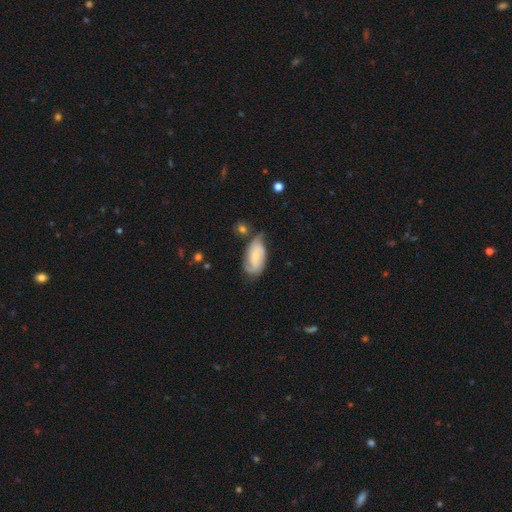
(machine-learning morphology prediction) The model was most divided on "spiral winding": tight: 43%, medium: 40%, loose: 17%. More confident: edge-on disk — no (94%); spiral arms — yes (89%); smooth or featured — featured or disk (64%); spiral arm count — 2 (58%); bulge size — small (56%); bar — no (56%); merging — none (52%).